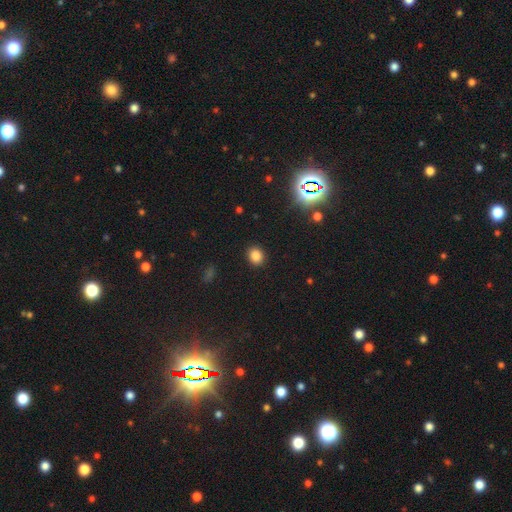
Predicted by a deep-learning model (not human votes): Smooth or featured? Predicted: smooth (p=0.83). How rounded? Predicted: round (p=0.65). Merging? Predicted: none (p=0.91).